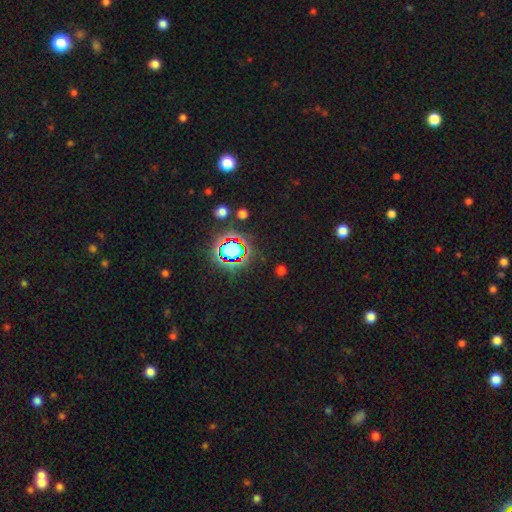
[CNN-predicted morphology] Smooth or featured? star or artifact (77%)